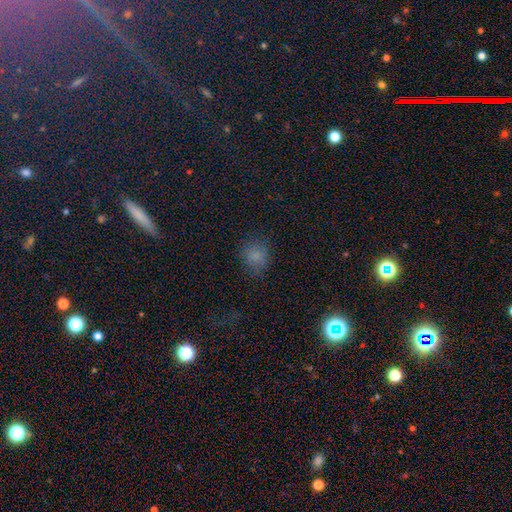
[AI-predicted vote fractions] A smooth galaxy with no disk features (75%) that is round (72%). Merging: none (76%).